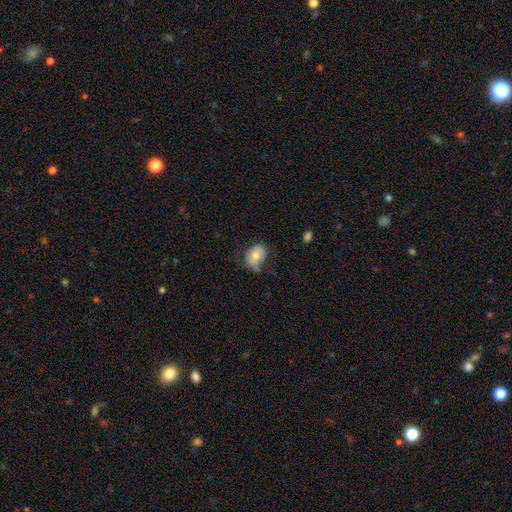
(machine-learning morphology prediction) This is likely a smooth galaxy (75%). How rounded: likely in between (76%). Merging: possibly none (55%).